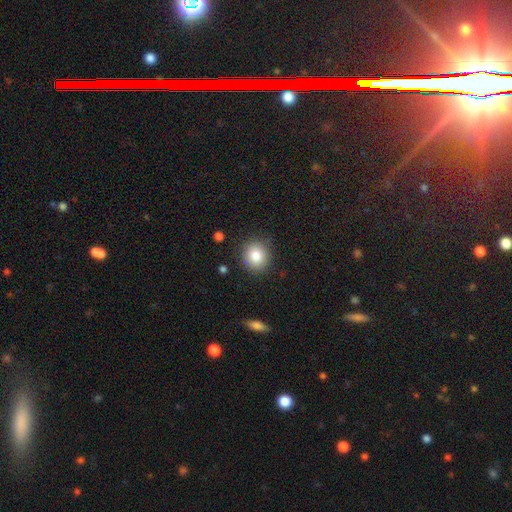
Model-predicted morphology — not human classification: This is clearly a smooth galaxy (84%). How rounded: clearly round (86%). Merging: clearly none (87%).